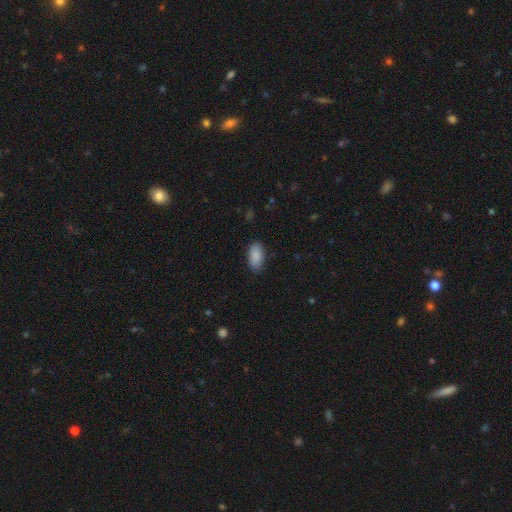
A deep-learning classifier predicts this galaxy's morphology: Overall: smooth (89%). How rounded: in between (93%). Merging: none (84%).